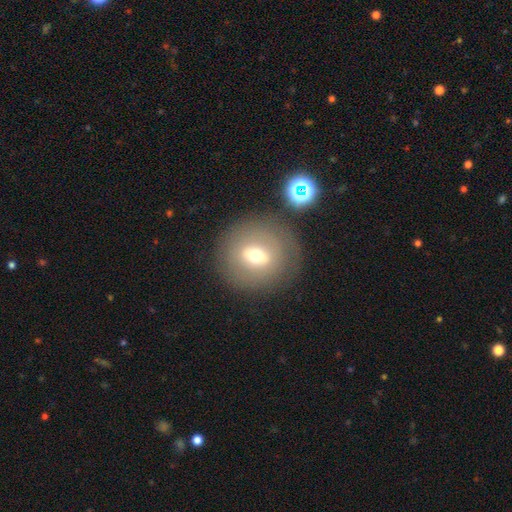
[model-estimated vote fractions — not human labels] Smooth or featured? smooth (52%)
How rounded? round (81%)
Merging? none (78%)